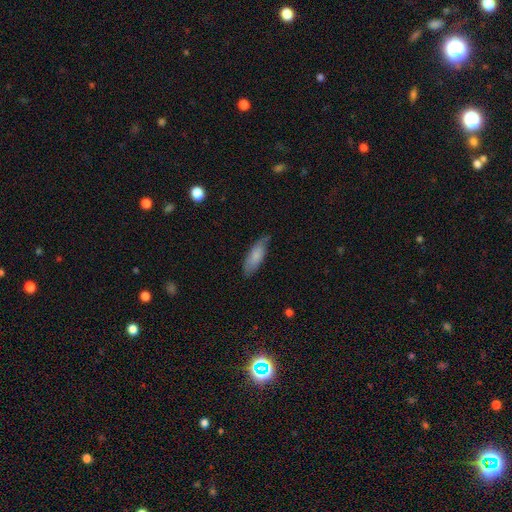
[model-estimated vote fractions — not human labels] Smooth or featured? smooth (73%)
How rounded? in between (68%)
Merging? none (69%)